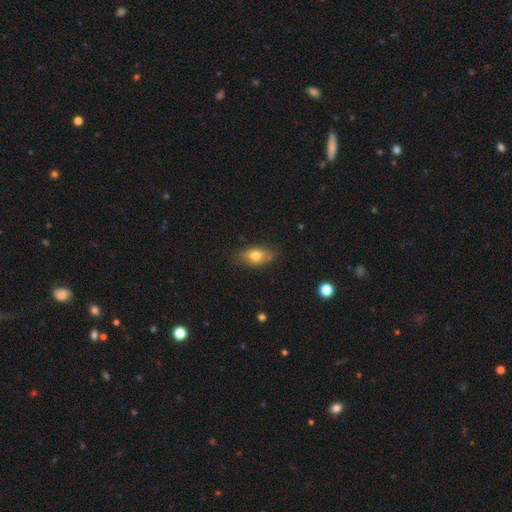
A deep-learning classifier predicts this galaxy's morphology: The model was most divided on "smooth or featured": smooth: 72%, featured or disk: 20%, star or artifact: 8%. More confident: how rounded — in between (84%); merging — none (77%).